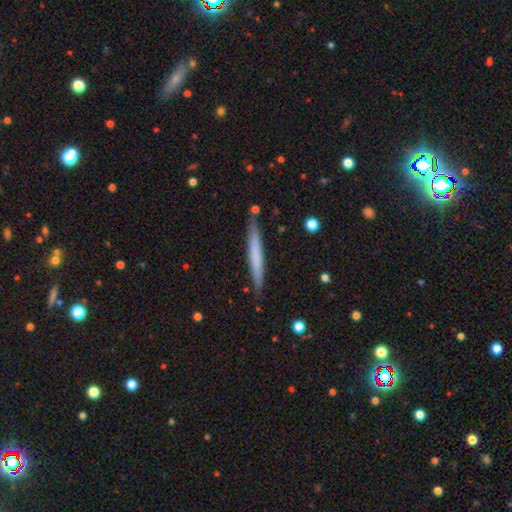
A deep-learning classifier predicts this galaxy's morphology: smooth 62%, featured or disk 32%, star or artifact 6%. Down the decision tree: how rounded — cigar-shaped (96%); merging — none (87%).